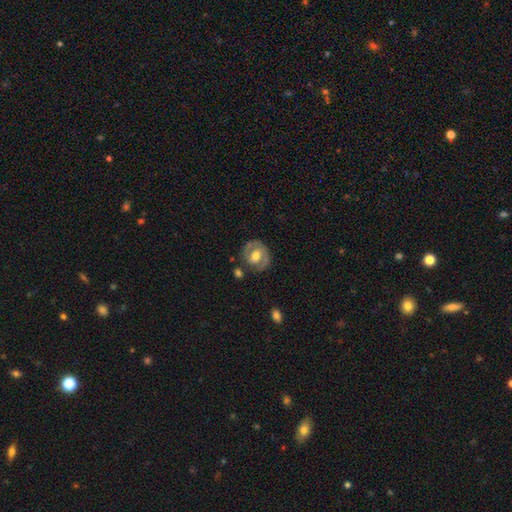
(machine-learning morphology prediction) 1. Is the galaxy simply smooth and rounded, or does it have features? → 66% featured or disk, 29% smooth, 5% star or artifact.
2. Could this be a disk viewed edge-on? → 96% no, 4% yes.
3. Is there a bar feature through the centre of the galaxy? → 43% no, 40% weak, 17% strong.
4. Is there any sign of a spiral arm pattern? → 67% yes, 33% no.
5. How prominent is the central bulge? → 59% moderate, 23% large, 13% small, 2% none, 2% dominant.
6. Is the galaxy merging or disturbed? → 72% none, 17% minor disturbance, 7% major disturbance, 4% merger.